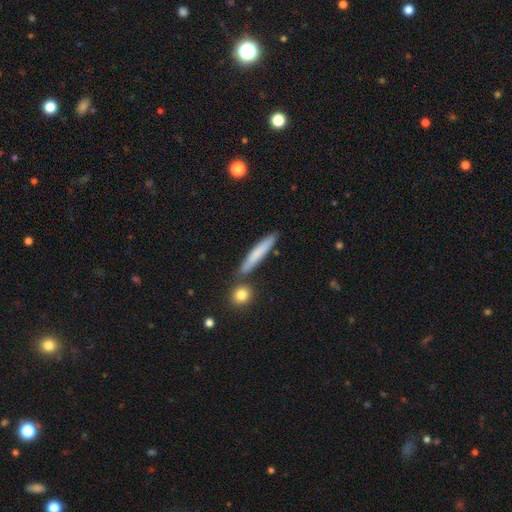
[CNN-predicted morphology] Overall: smooth (72%). How rounded: cigar-shaped (93%). Merging: none (82%).